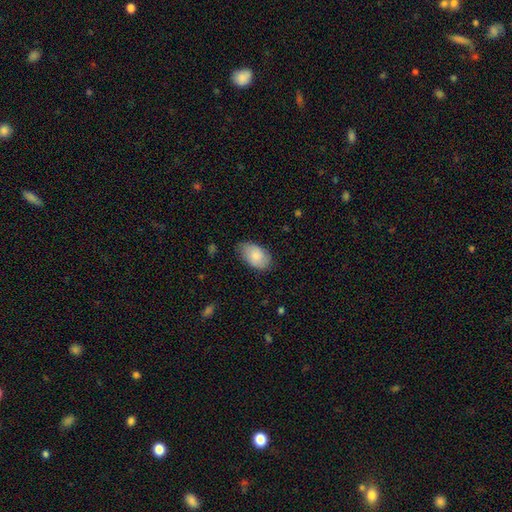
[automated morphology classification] Smooth or featured? smooth (79%)
How rounded? in between (92%)
Merging? none (71%)